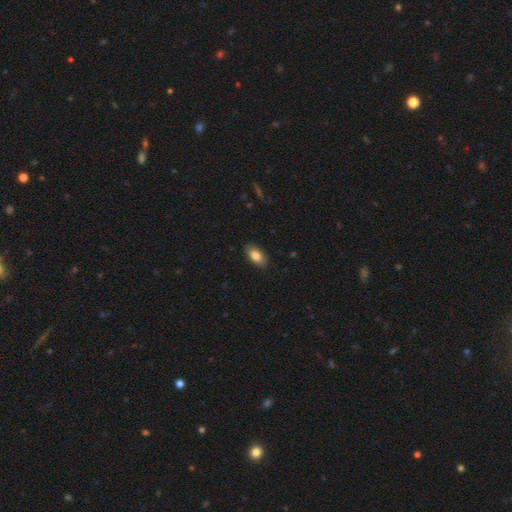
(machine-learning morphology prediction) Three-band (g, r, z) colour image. It shows a smooth galaxy with no disk features (84%) that is in between round and cigar-shaped (92%). Merging: none (87%).